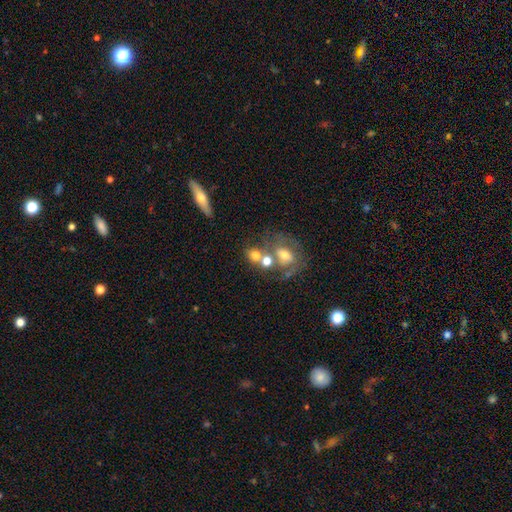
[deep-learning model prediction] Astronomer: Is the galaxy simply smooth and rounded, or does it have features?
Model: smooth — 65%.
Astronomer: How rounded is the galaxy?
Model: round — 58% (runner-up: in between, 40%).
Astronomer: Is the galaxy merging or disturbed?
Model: merger — 44% (runner-up: none, 36%).